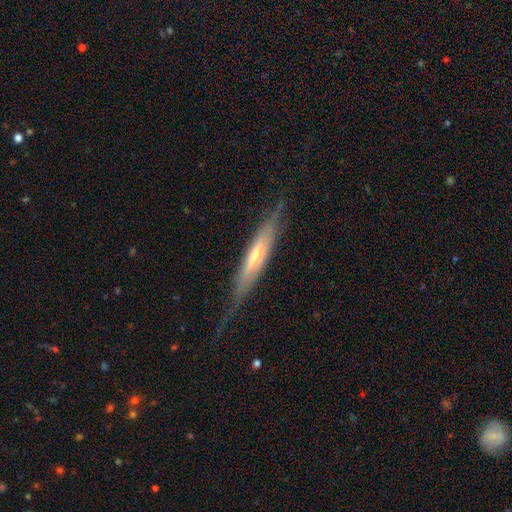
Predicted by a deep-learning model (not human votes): featured or disk 60%, smooth 34%, star or artifact 6%. Down the decision tree: edge-on disk — yes (88%); edge-on bulge — rounded (49%); merging — none (70%).